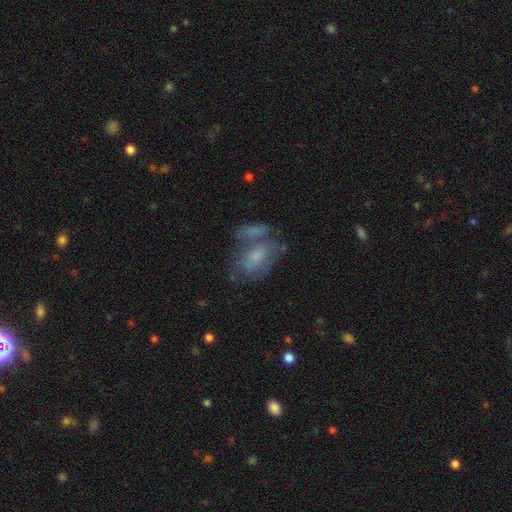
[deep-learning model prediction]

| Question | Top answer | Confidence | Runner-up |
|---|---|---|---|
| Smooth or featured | smooth | 50% | featured or disk (38%) |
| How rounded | in between | 80% | round (16%) |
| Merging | none | 37% | merger (33%) |